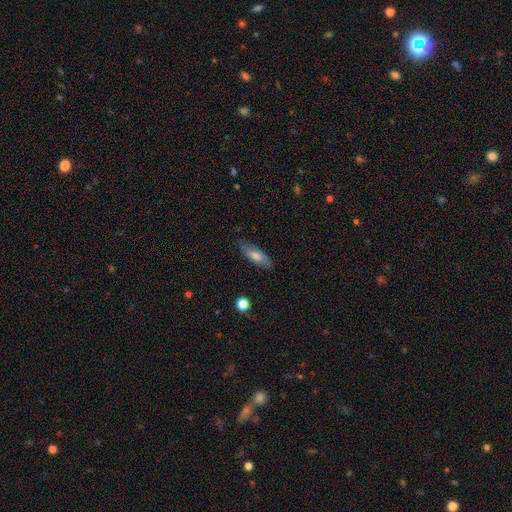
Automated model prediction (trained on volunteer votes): A smooth galaxy with no disk features (63%) that is in between round and cigar-shaped (59%).

Vote fractions:
- Smooth or featured? smooth: 63% / featured or disk: 29% / star or artifact: 8%
- How rounded? in between: 59% / cigar-shaped: 39% / round: 3%
- Merging? none: 80% / minor disturbance: 16% / major disturbance: 3% / merger: 1%